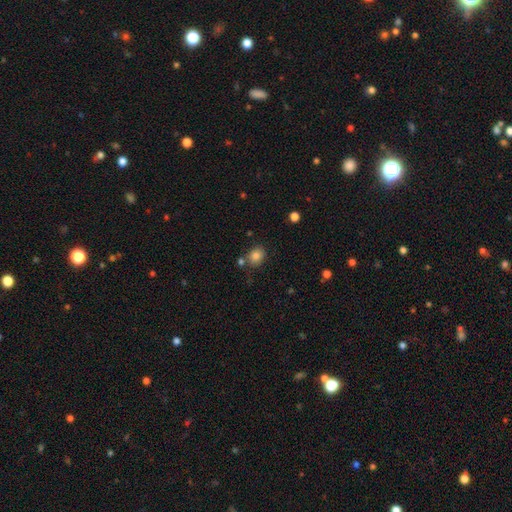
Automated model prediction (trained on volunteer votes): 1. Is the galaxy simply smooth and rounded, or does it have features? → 83% smooth, 11% star or artifact, 6% featured or disk.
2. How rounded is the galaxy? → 63% round, 37% in between, 1% cigar-shaped.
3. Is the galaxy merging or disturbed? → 73% none, 13% minor disturbance, 10% merger, 4% major disturbance.